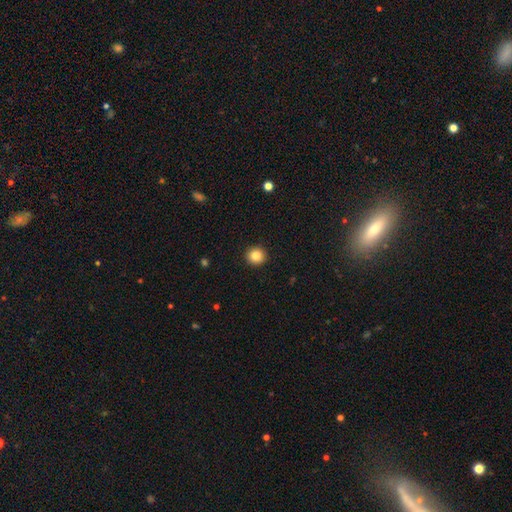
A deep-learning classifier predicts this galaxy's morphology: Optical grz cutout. It shows a smooth galaxy with no disk features (86%) that is round (93%). Merging: none (93%).